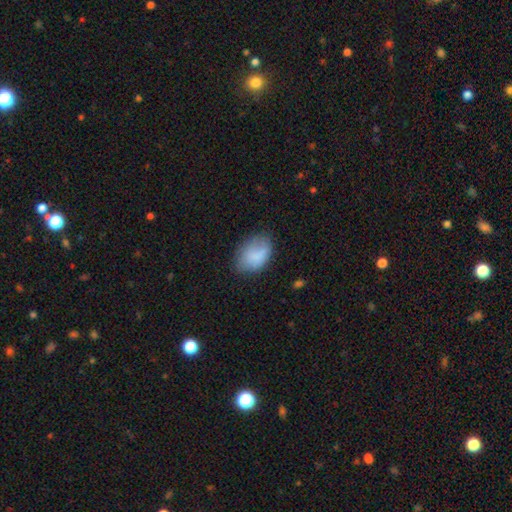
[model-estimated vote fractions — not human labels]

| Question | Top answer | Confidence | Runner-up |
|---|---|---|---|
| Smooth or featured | smooth | 81% | featured or disk (12%) |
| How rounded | in between | 82% | round (16%) |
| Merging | none | 64% | minor disturbance (26%) |